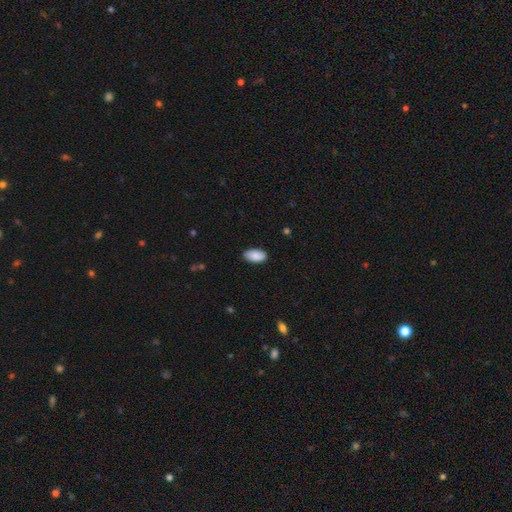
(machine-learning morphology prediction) A smooth galaxy with no disk features (89%) that is in between round and cigar-shaped (95%). Merging: none (87%).